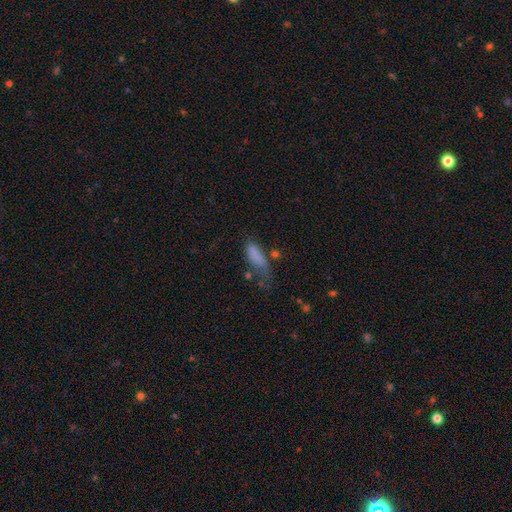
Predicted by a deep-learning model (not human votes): A smooth galaxy with no disk features (75%) that is in between round and cigar-shaped (66%). Merging: none (32%).